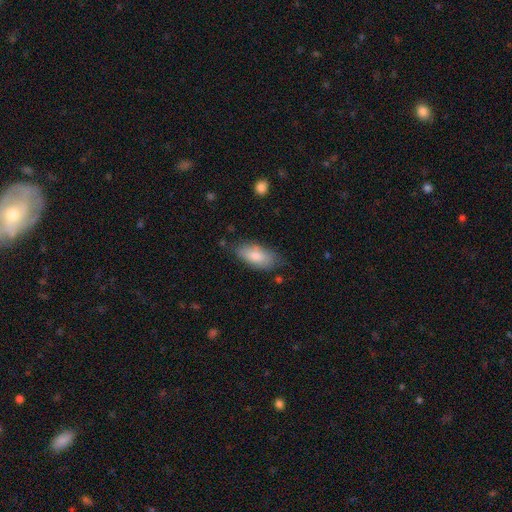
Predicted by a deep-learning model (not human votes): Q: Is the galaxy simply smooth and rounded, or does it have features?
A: smooth — 81%.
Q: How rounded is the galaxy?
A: in between — 88%.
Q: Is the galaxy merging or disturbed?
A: none — 70%.